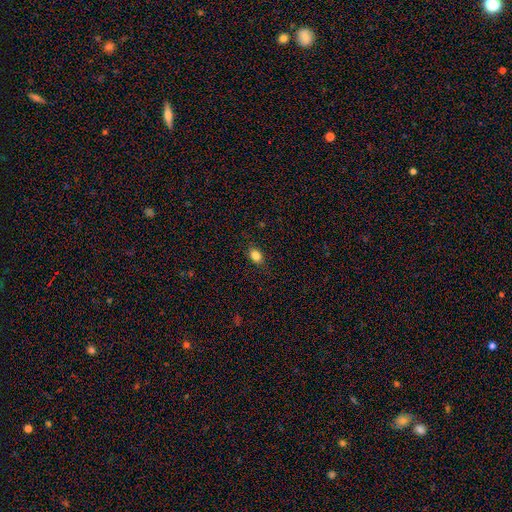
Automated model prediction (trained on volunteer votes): Overall: smooth (83%). How rounded: in between (69%; round 29%). Merging: none (84%).